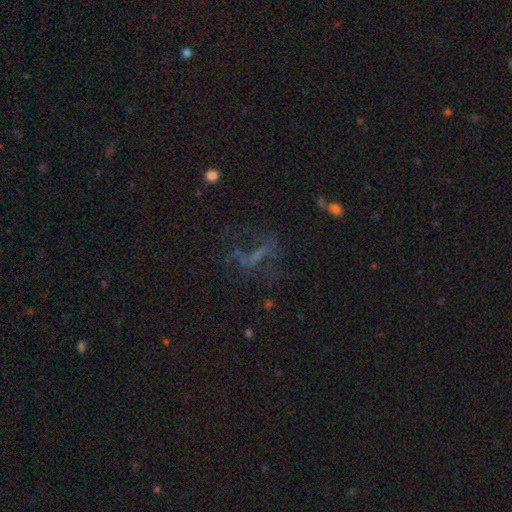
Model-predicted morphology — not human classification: The model was most divided on "smooth or featured": featured or disk: 39%, star or artifact: 37%, smooth: 25%. Remaining: merging — none (47%).